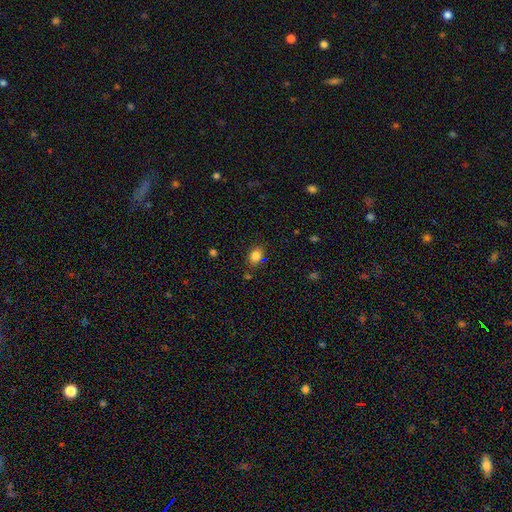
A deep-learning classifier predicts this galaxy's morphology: Q: Smooth or featured?
A: smooth (82%); runner-up: star or artifact (12%)
Q: How rounded?
A: in between (61%); runner-up: round (38%)
Q: Merging?
A: none (80%); runner-up: minor disturbance (13%)